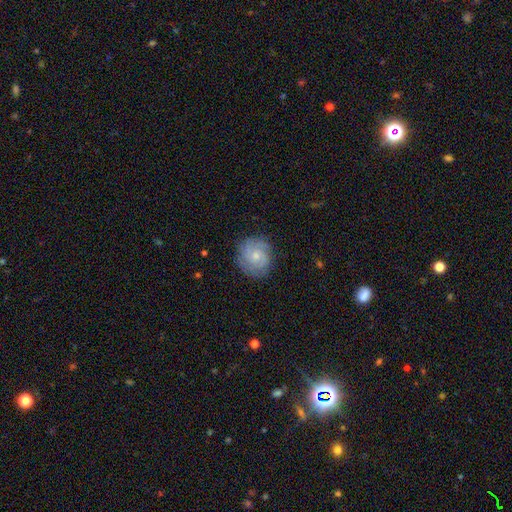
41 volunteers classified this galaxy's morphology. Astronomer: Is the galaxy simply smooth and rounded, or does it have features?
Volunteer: featured or disk — 63%.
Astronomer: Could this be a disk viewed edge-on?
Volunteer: no — 96%.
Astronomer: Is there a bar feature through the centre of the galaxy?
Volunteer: no — 72%.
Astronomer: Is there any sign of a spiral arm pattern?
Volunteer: yes — 92%.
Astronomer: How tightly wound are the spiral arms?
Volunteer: tight — 83%.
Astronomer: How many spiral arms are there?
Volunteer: can't tell — 48% (runner-up: 2, 26%).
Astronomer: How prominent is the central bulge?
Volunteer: small — 56% (runner-up: moderate, 40%).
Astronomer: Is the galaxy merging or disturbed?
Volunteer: none — 82%.